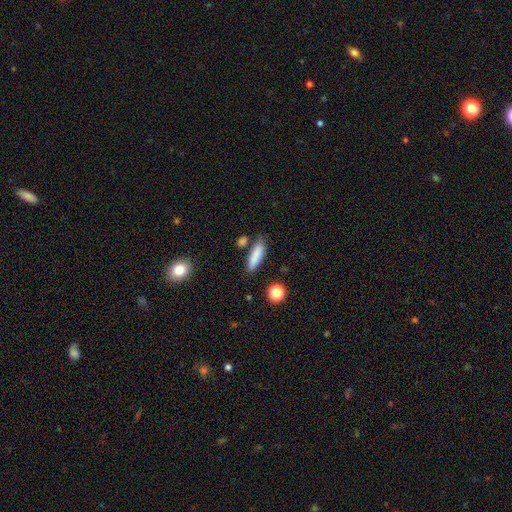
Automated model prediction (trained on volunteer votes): Overall: smooth (84%). How rounded: cigar-shaped (58%; in between 39%). Merging: none (76%).